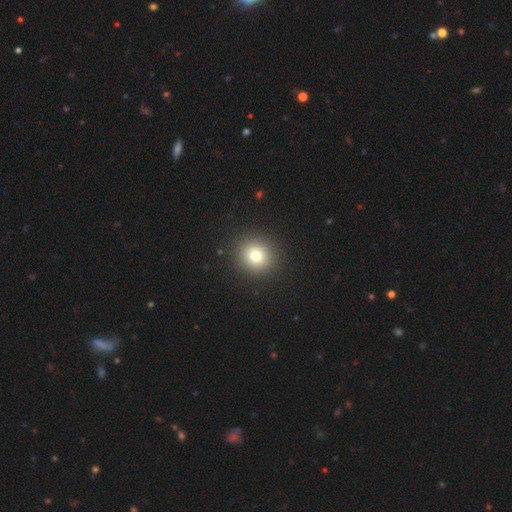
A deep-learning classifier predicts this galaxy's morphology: A smooth galaxy with no disk features (78%) that is round (87%). Merging: none (91%).